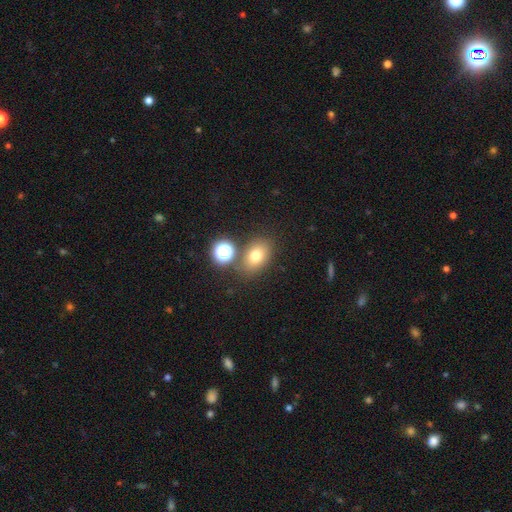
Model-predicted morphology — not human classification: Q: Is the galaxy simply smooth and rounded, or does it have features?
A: smooth — 74%.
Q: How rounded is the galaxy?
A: in between — 73%.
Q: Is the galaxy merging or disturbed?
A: none — 72%.